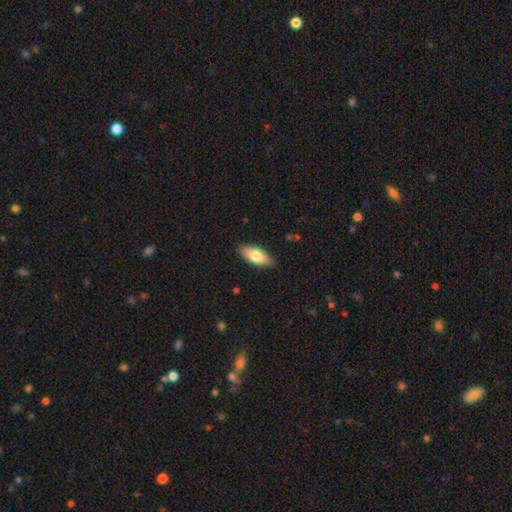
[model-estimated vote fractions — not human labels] A smooth galaxy with no disk features (76%) that is in between round and cigar-shaped (83%).

Vote fractions:
- Smooth or featured? smooth: 76% / featured or disk: 18% / star or artifact: 6%
- How rounded? in between: 83% / cigar-shaped: 15% / round: 2%
- Merging? none: 87% / minor disturbance: 10% / major disturbance: 2% / merger: 1%